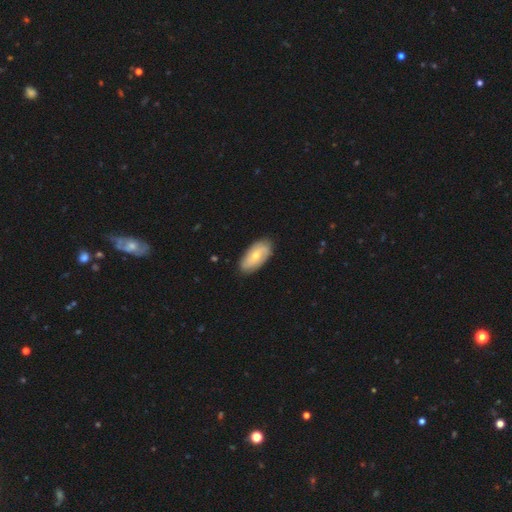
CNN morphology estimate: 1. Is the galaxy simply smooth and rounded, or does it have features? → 52% smooth, 43% featured or disk, 6% star or artifact.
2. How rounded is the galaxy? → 92% in between, 5% cigar-shaped, 3% round.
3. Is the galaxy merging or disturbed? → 84% none, 12% minor disturbance, 2% major disturbance, 1% merger.